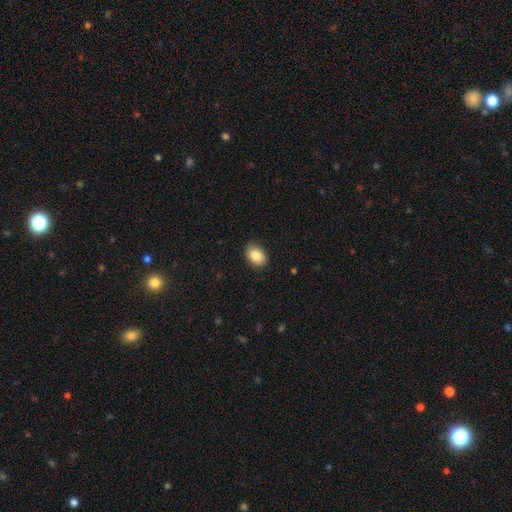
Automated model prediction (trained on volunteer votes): A smooth galaxy with no disk features (85%) that is in between round and cigar-shaped (80%). Merging: none (86%).